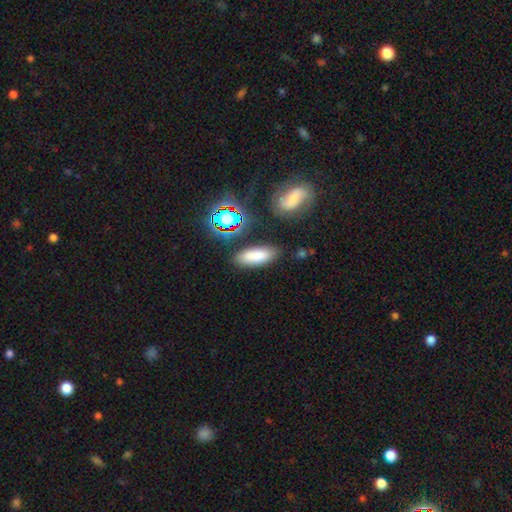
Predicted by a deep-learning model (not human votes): Morphology: type=smooth (78%); roundness=in between (73%); merging=none (81%).